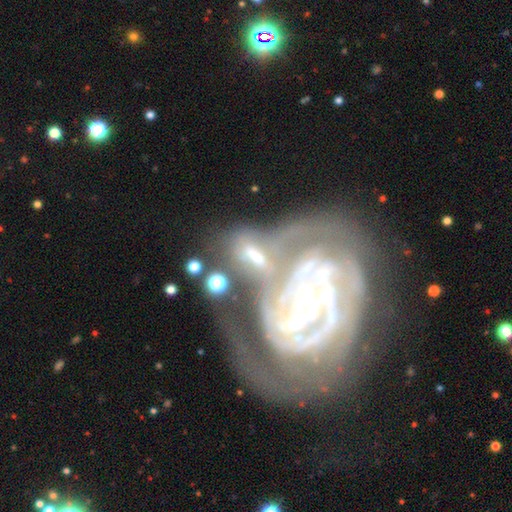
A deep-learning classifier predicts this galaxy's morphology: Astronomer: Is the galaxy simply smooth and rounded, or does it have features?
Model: featured or disk — 60%.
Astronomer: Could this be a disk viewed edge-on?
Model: no — 91%.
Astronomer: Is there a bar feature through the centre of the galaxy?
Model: no — 42% (runner-up: weak, 31%).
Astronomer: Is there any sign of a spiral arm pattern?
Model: yes — 76%.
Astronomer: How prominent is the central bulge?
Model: small — 41% (runner-up: moderate, 39%).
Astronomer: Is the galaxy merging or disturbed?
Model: merger — 50%.